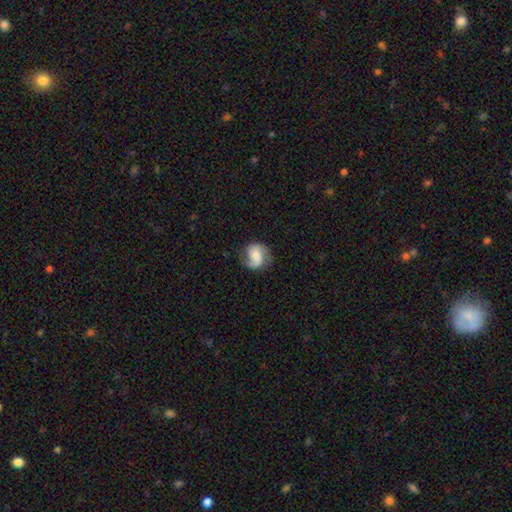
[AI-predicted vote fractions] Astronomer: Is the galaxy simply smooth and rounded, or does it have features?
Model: featured or disk — 73%.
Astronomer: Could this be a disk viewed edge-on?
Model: no — 98%.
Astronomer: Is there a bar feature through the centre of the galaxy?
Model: no — 49% (runner-up: weak, 37%).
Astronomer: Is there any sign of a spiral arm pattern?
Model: yes — 95%.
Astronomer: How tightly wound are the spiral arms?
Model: medium — 46% (runner-up: loose, 34%).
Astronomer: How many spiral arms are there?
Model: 2 — 86%.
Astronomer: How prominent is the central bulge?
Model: moderate — 43% (runner-up: small, 38%).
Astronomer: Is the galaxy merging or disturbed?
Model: none — 74%.